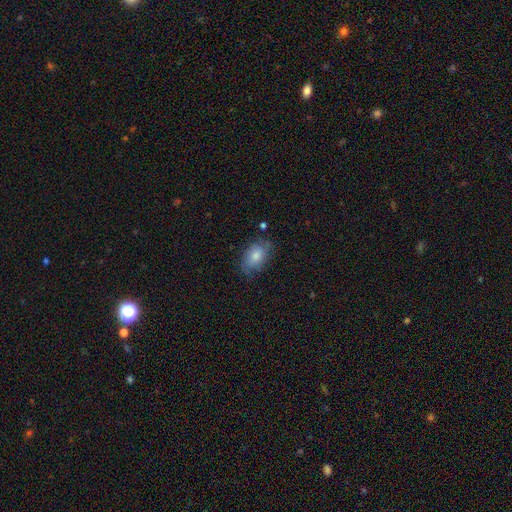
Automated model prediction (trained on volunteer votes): Q: Smooth or featured?
A: smooth (75%); runner-up: featured or disk (18%)
Q: How rounded?
A: in between (88%); runner-up: round (10%)
Q: Merging?
A: none (69%); runner-up: minor disturbance (23%)